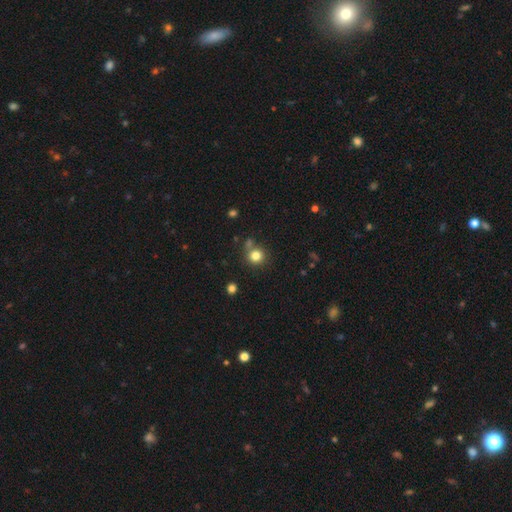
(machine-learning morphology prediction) Smooth or featured? Predicted: smooth (p=0.81). How rounded? Predicted: round (p=0.89). Merging? Predicted: none (p=0.73).